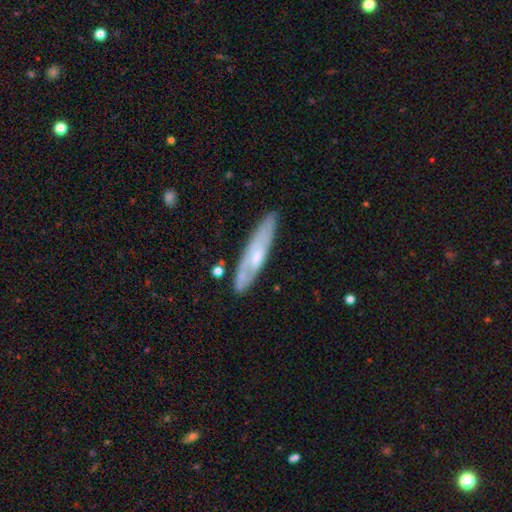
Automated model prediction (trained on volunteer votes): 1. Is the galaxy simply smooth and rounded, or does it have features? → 53% featured or disk, 41% smooth, 6% star or artifact.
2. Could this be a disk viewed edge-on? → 57% yes, 43% no.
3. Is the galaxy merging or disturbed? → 78% none, 16% minor disturbance, 3% major disturbance, 3% merger.